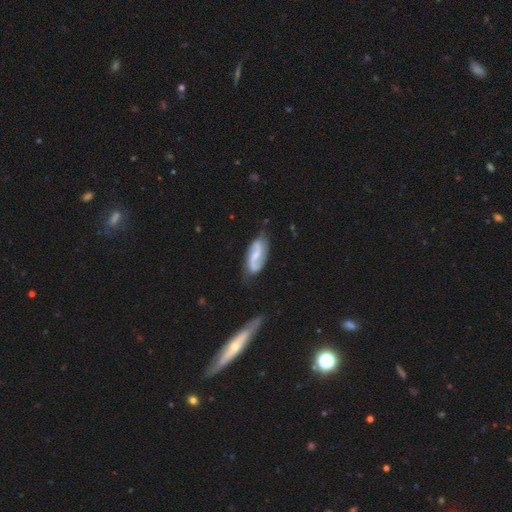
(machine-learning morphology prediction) This appears to be a featured or disk galaxy (79%) with a weak bar (48%), 2 (90%) medium (44%) spiral arms (95%) and a small central bulge (48%). Merging: none (74%).